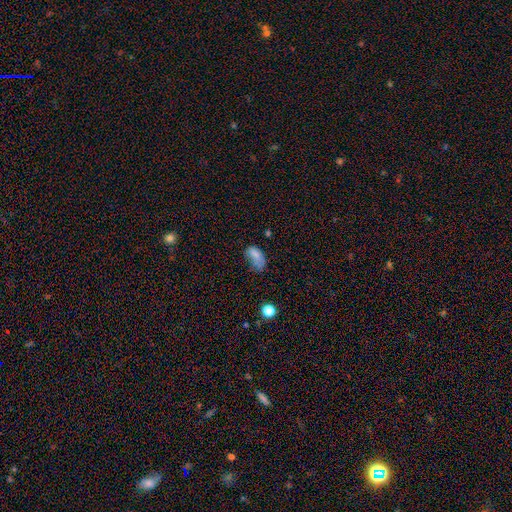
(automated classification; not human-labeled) Smooth or featured? smooth (72%)
How rounded? in between (90%)
Merging? minor disturbance (32%)